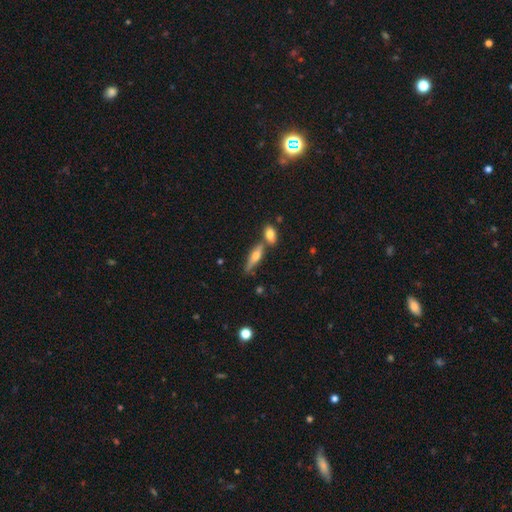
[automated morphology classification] smooth_or_featured: smooth (p=0.50) [alt: featured or disk p=0.43]
merging: none (p=0.57) [alt: merger p=0.26]